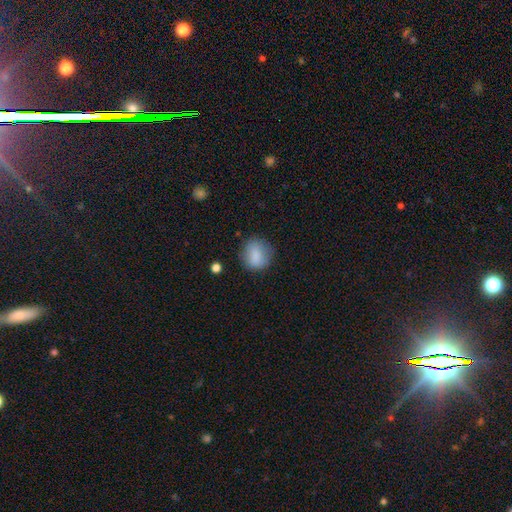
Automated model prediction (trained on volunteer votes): Q: Smooth or featured?
A: smooth (83%); runner-up: featured or disk (9%)
Q: How rounded?
A: round (67%); runner-up: in between (31%)
Q: Merging?
A: none (74%); runner-up: minor disturbance (18%)